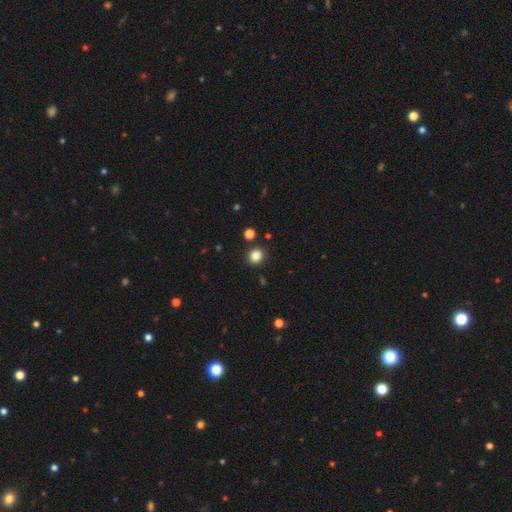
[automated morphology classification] Smooth or featured? smooth (85%)
How rounded? round (83%)
Merging? none (88%)